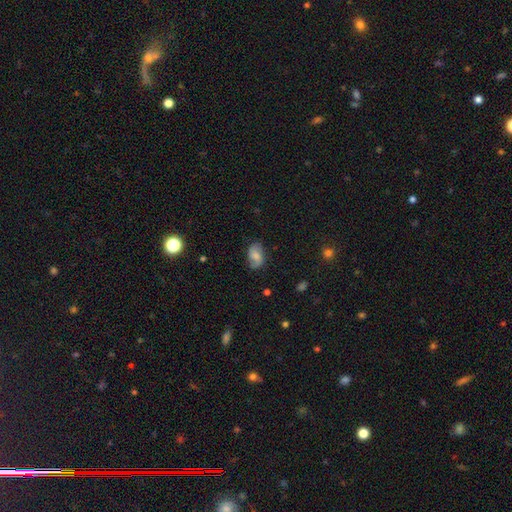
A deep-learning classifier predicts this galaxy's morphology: This is possibly a smooth galaxy (52%). How rounded: clearly in between (88%). Merging: likely none (71%).